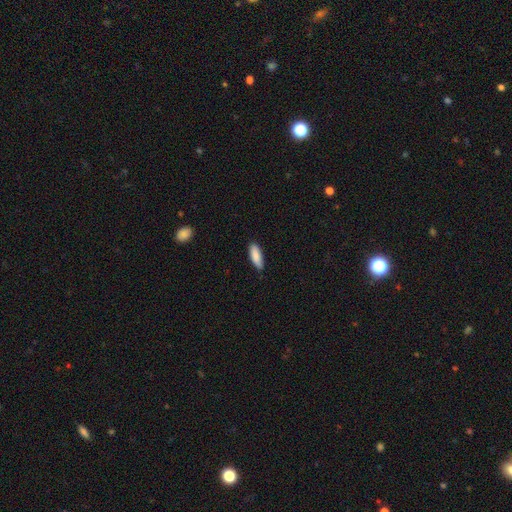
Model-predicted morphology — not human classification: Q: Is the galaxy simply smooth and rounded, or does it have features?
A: smooth — 88%.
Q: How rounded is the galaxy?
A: in between — 62%.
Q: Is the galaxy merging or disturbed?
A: none — 82%.